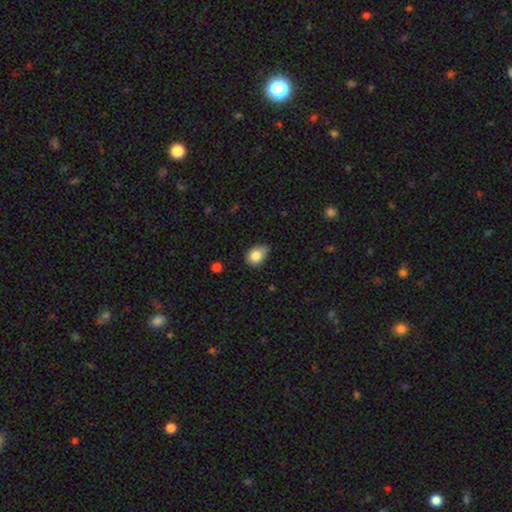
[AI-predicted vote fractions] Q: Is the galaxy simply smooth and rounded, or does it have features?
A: smooth — 83%.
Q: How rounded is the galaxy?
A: in between — 61%.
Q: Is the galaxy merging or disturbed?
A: none — 54%.